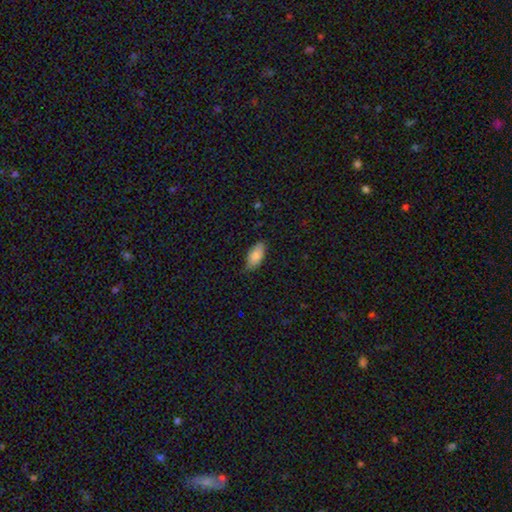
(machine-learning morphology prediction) Smooth or featured?
  - smooth: 82% *
  - featured or disk: 11%
  - star or artifact: 7%
How rounded?
  - in between: 91% *
  - cigar-shaped: 6%
  - round: 2%
Merging?
  - none: 76% *
  - minor disturbance: 20%
  - major disturbance: 3%
  - merger: 1%